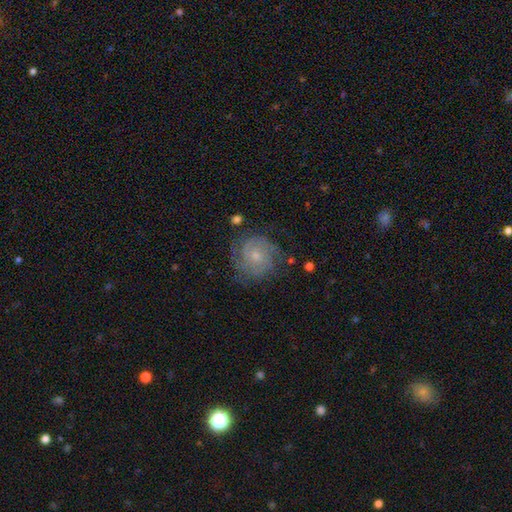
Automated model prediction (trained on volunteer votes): Smooth or featured: featured or disk — 71% (smooth — 21%)
Edge-on disk: no — 98% (yes — 2%)
Bar: no — 76% (weak — 21%)
Spiral arms: yes — 91% (no — 9%)
Spiral winding: tight — 66% (medium — 26%)
Spiral arm count: 2 — 34% (can't tell — 33%)
Bulge size: small — 61% (moderate — 33%)
Merging: none — 74% (minor disturbance — 17%)